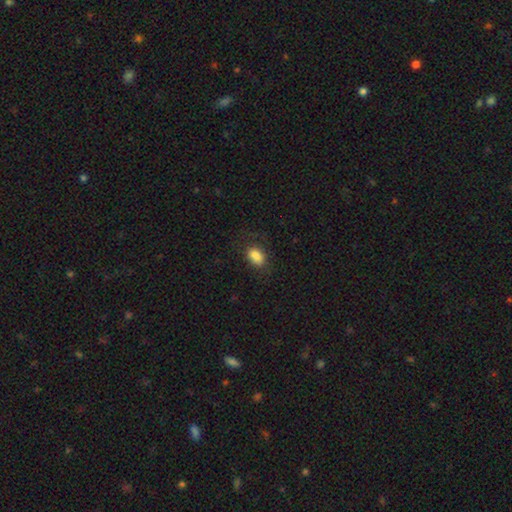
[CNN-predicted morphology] smooth-or-featured: smooth: 84% | star or artifact: 9% | featured or disk: 7%
  how-rounded: in between: 84% | round: 14% | cigar-shaped: 2%
  merging: none: 72% | minor disturbance: 18% | major disturbance: 9% | merger: 2%